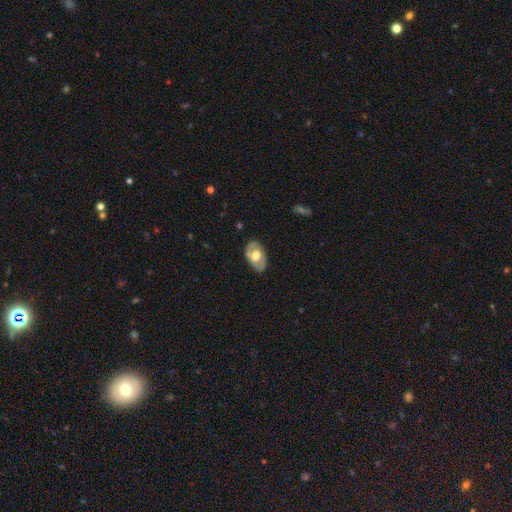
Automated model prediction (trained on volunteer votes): Q: Smooth or featured?
A: featured or disk (48%); runner-up: smooth (47%)
Q: Merging?
A: none (80%); runner-up: minor disturbance (16%)